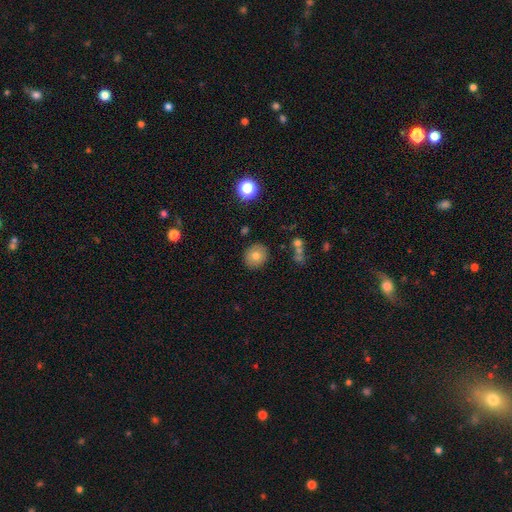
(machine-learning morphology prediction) This is likely a smooth galaxy (74%). How rounded: clearly round (87%). Merging: clearly none (87%).